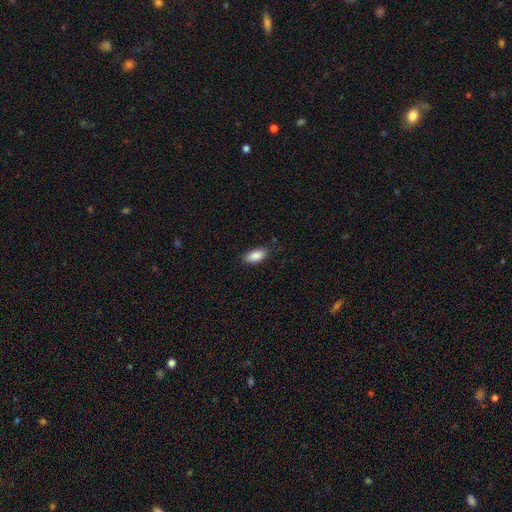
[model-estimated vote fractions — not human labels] Smooth or featured?
  - smooth: 89% *
  - star or artifact: 7%
  - featured or disk: 5%
How rounded?
  - in between: 90% *
  - cigar-shaped: 7%
  - round: 2%
Merging?
  - none: 84% *
  - minor disturbance: 13%
  - major disturbance: 3%
  - merger: 1%